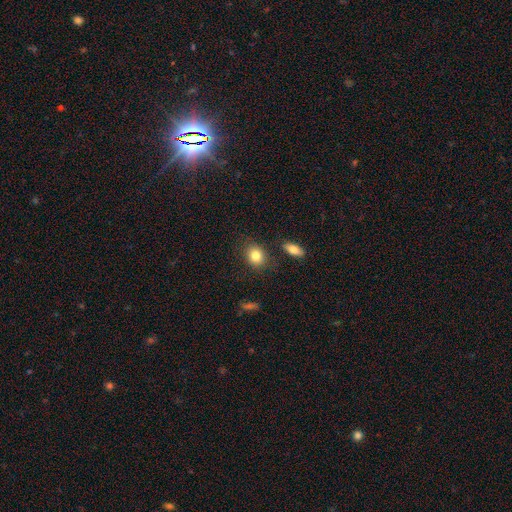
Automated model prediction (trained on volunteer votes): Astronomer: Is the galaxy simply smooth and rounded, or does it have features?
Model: smooth — 83%.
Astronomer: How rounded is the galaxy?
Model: round — 53% (runner-up: in between, 45%).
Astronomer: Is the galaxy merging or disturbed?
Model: none — 82%.